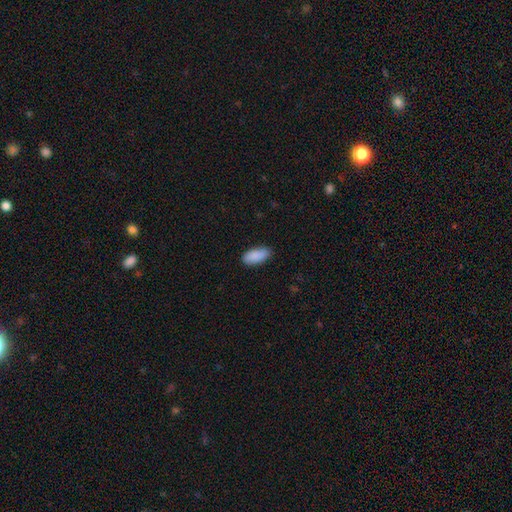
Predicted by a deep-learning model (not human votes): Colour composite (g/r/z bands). It shows a smooth galaxy with no disk features (89%) that is in between round and cigar-shaped (90%). Merging: none (82%).